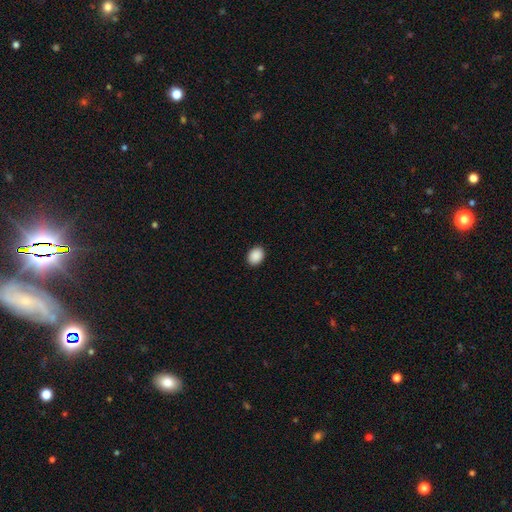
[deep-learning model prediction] Morphology: type=smooth (90%); roundness=in between (63%); merging=none (91%).